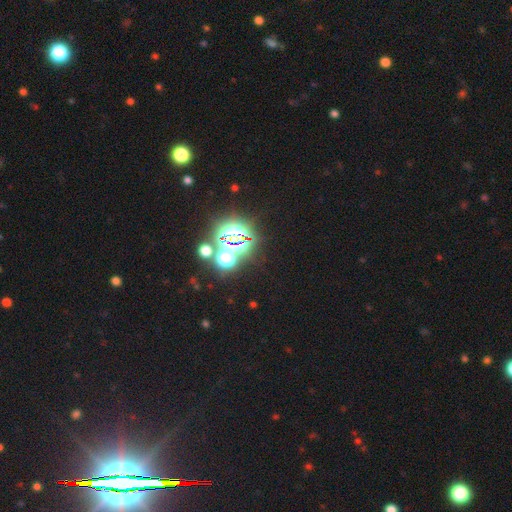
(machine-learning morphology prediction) Overall: star or artifact (83%).